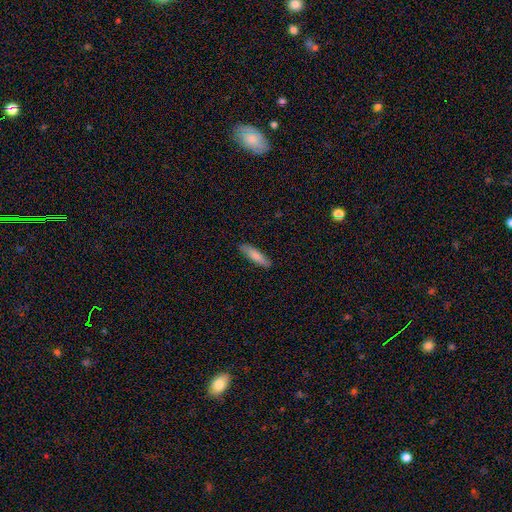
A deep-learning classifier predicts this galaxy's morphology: Smooth or featured? smooth (80%)
How rounded? cigar-shaped (69%)
Merging? none (87%)